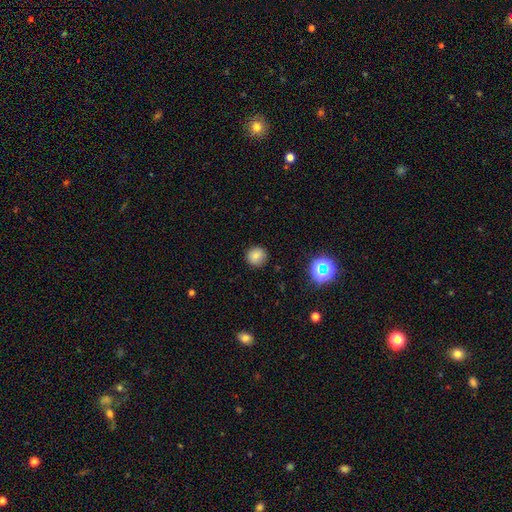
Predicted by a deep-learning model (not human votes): Overall: smooth (80%). How rounded: round (93%). Merging: none (89%).